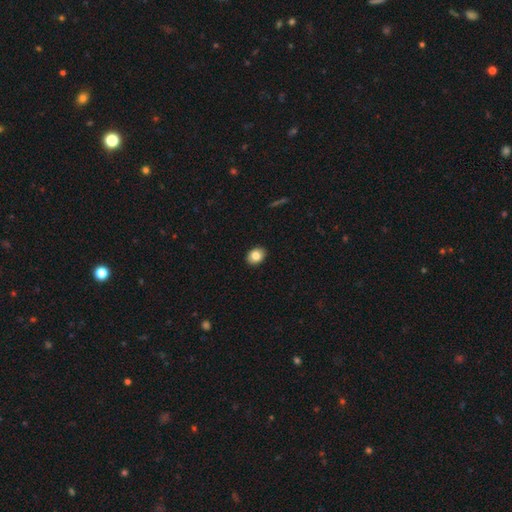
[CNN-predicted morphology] Smooth or featured? smooth (83%)
How rounded? in between (64%)
Merging? none (91%)